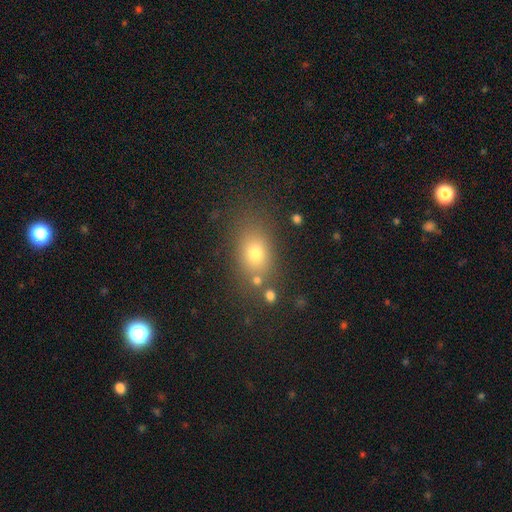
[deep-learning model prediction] This is likely a smooth galaxy (69%). How rounded: likely in between (63%). Merging: likely none (74%).